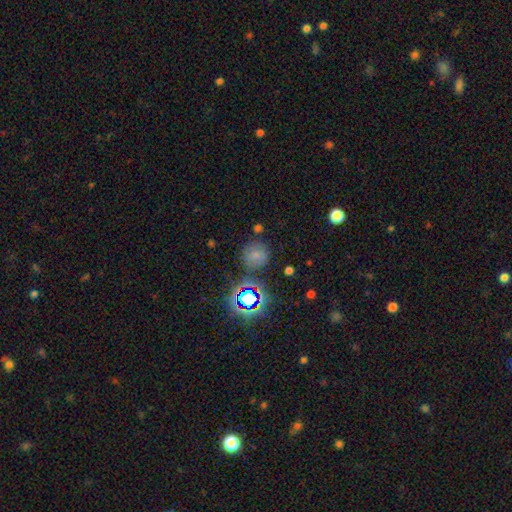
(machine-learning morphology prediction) This is likely a smooth galaxy (65%). How rounded: clearly round (90%). Merging: likely none (76%).